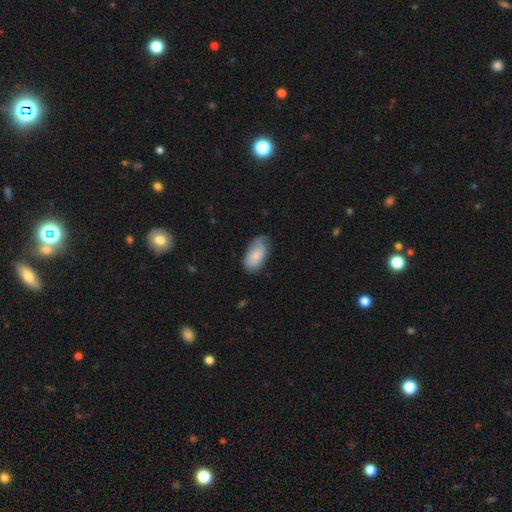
A smooth galaxy with no disk features (90%) that is in between round and cigar-shaped (97%). Merging: none (55%).